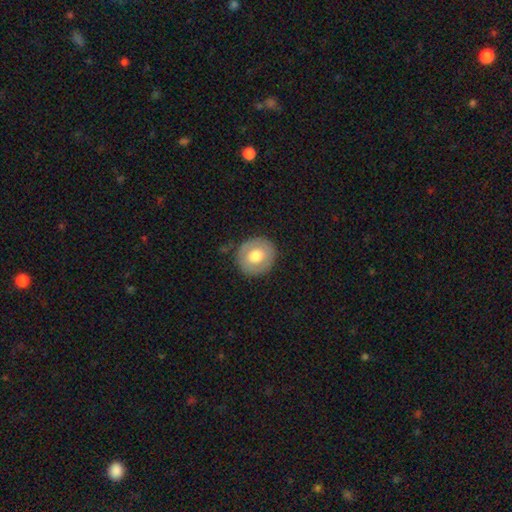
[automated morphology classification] smooth-or-featured: smooth: 65% | featured or disk: 28% | star or artifact: 7%
  how-rounded: round: 86% | in between: 13% | cigar-shaped: 1%
  merging: none: 86% | minor disturbance: 10% | major disturbance: 3% | merger: 1%